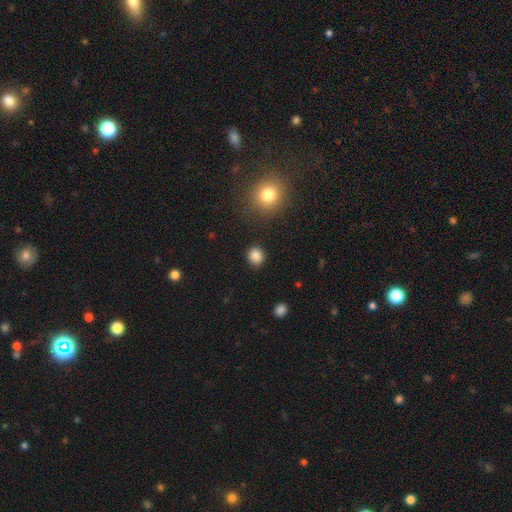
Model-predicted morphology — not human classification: smooth-or-featured: smooth: 87% | star or artifact: 10% | featured or disk: 3%
  how-rounded: round: 86% | in between: 13% | cigar-shaped: 1%
  merging: none: 90% | minor disturbance: 6% | major disturbance: 3% | merger: 2%